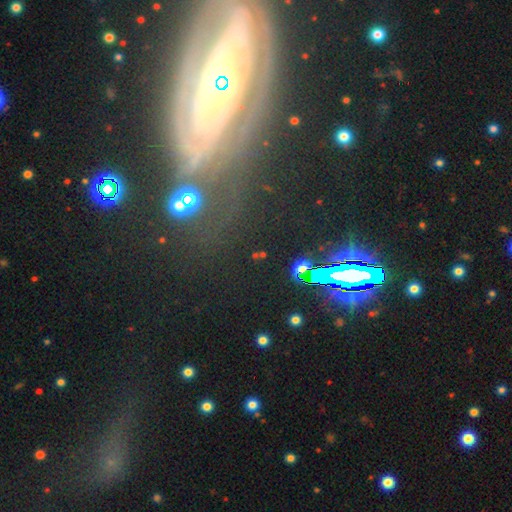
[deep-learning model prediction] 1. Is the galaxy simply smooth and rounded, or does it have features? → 62% star or artifact, 26% smooth, 12% featured or disk.